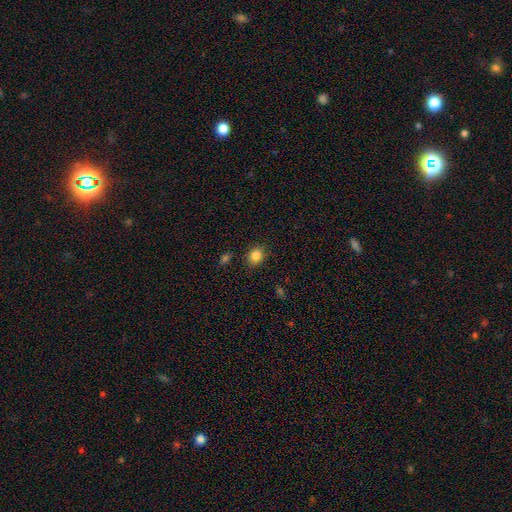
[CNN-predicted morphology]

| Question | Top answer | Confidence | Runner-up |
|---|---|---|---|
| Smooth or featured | smooth | 85% | star or artifact (11%) |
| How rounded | round | 59% | in between (40%) |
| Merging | none | 84% | minor disturbance (11%) |